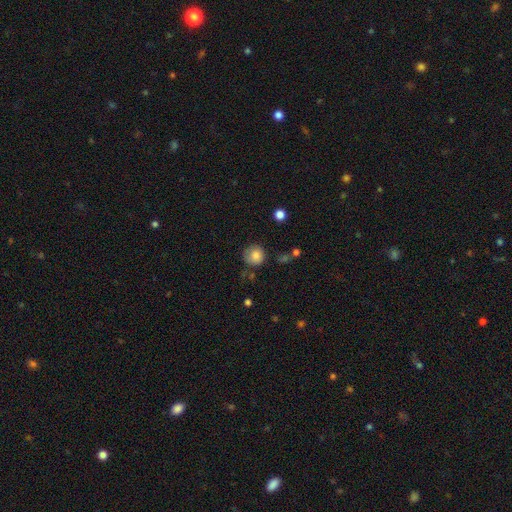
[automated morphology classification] smooth_or_featured: smooth (p=0.82) [alt: star or artifact p=0.10]
how_rounded: round (p=0.89) [alt: in between p=0.10]
merging: none (p=0.69) [alt: minor disturbance p=0.21]